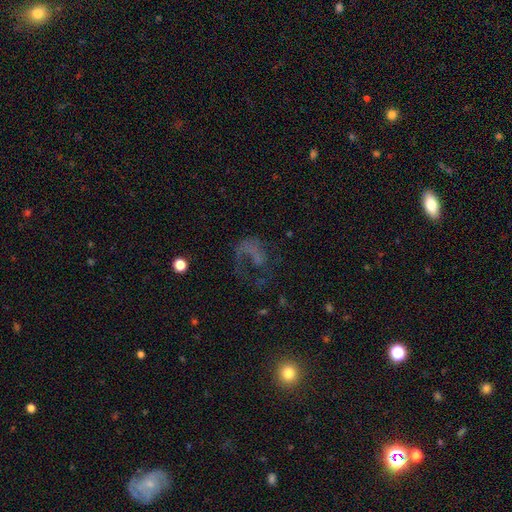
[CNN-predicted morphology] Smooth or featured? Predicted: featured or disk (p=0.49). Merging? Predicted: major disturbance (p=0.49).